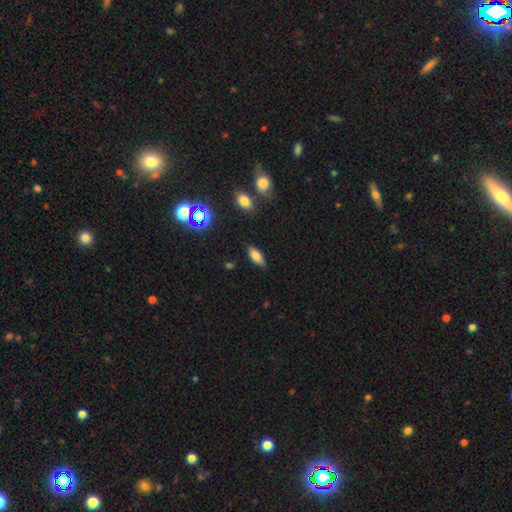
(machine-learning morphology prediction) Smooth or featured: smooth — 76% (featured or disk — 13%)
How rounded: in between — 81% (cigar-shaped — 15%)
Merging: none — 84% (minor disturbance — 12%)